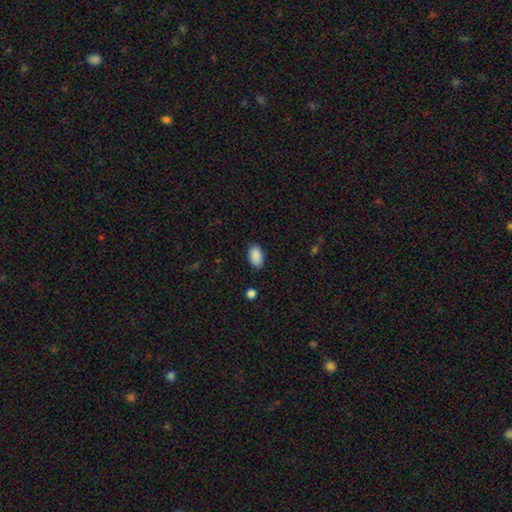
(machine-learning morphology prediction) Smooth or featured? Predicted: smooth (p=0.90). How rounded? Predicted: in between (p=0.94). Merging? Predicted: none (p=0.87).